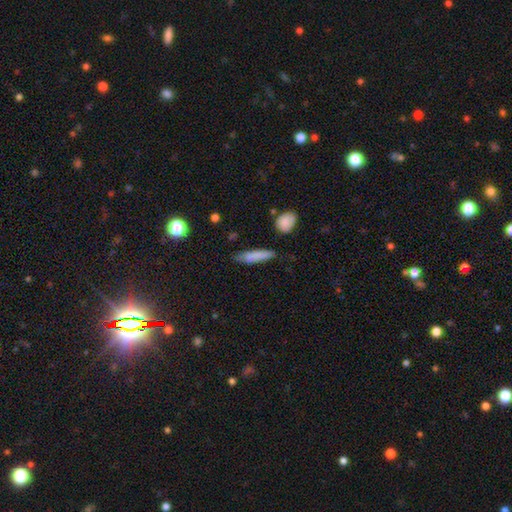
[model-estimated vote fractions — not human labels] The model was most divided on "merging": none: 76%, minor disturbance: 18%, major disturbance: 4%, merger: 3%. More confident: how rounded — cigar-shaped (79%); smooth or featured — smooth (79%).